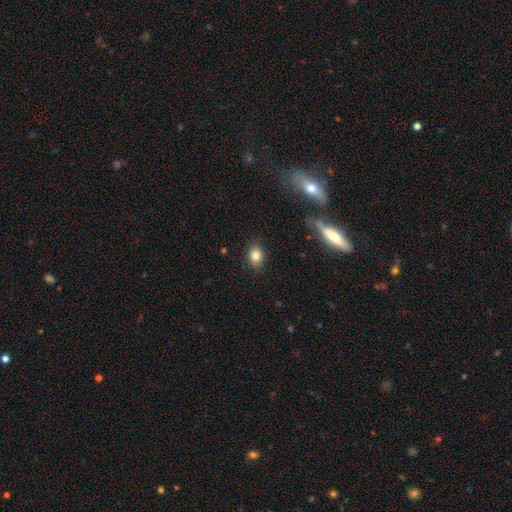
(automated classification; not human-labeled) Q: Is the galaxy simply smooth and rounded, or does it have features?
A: smooth — 82%.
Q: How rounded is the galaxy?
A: in between — 62%.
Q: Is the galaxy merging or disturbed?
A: none — 86%.